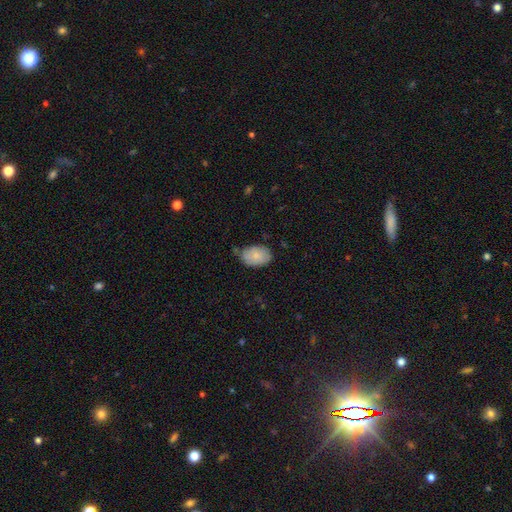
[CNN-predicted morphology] This appears to be a smooth galaxy with no disk features (81%) that is in between round and cigar-shaped (88%). Merging: none (65%).